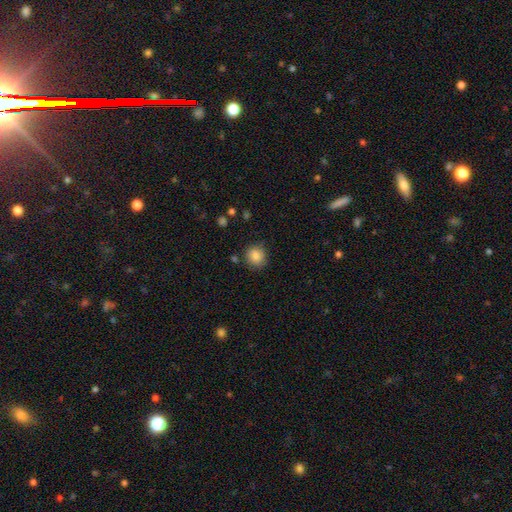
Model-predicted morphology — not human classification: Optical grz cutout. It shows a smooth galaxy with no disk features (86%) that is round (85%). Merging: none (82%).